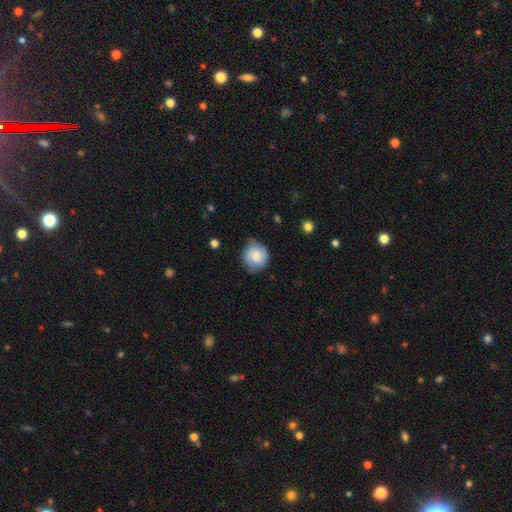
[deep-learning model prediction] This appears to be a smooth galaxy with no disk features (67%) that is round (82%). Merging: none (66%).